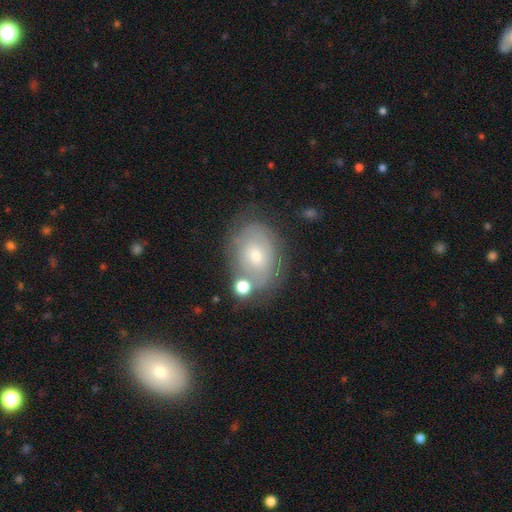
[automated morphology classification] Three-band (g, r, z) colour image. It shows a featured or disk galaxy (56%) with no bar (71%), spiral arms (68%) and a small central bulge (49%). Merging: none (62%).